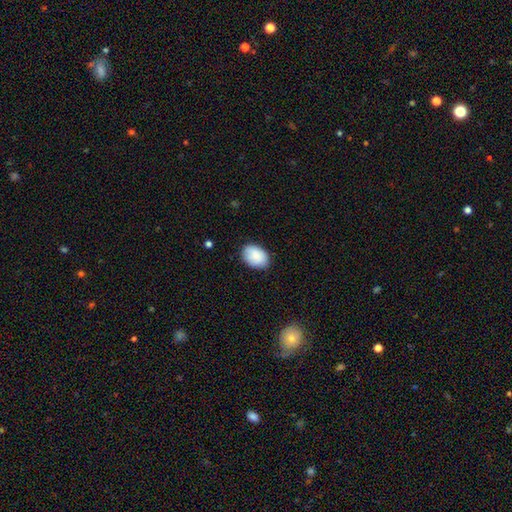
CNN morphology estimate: Overall: smooth (89%). How rounded: in between (82%). Merging: none (85%).